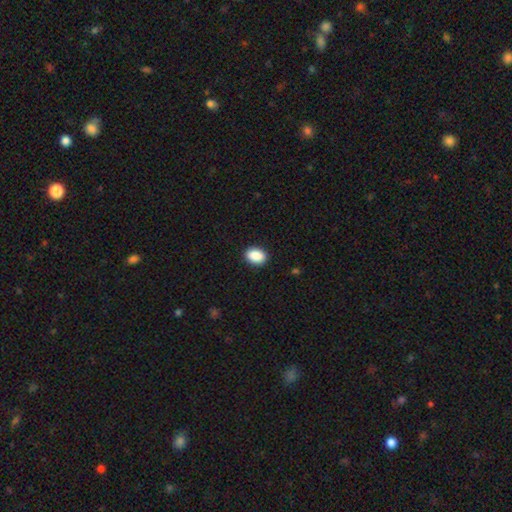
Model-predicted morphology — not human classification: A smooth galaxy with no disk features (89%) that is in between round and cigar-shaped (77%). Merging: none (90%).